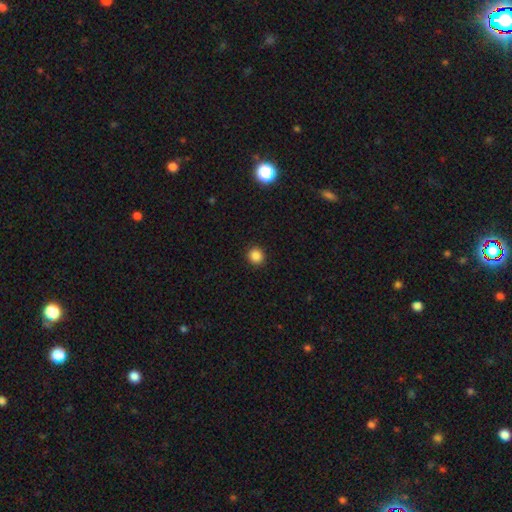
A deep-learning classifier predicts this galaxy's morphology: The model was most divided on "smooth or featured": smooth: 86%, star or artifact: 11%, featured or disk: 3%. More confident: merging — none (92%); how rounded — round (88%).